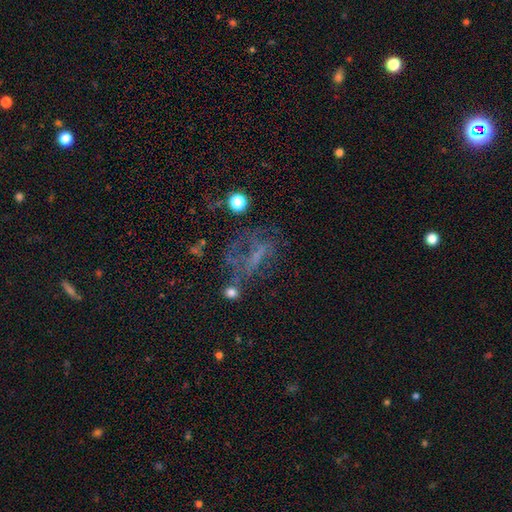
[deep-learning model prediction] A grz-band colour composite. It shows a featured or disk galaxy (44%). Merging: none (40%).